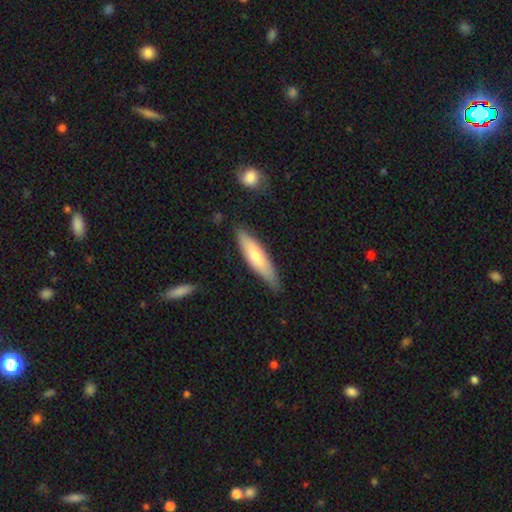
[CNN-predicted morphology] Smooth or featured? smooth (64%)
How rounded? cigar-shaped (72%)
Merging? none (77%)